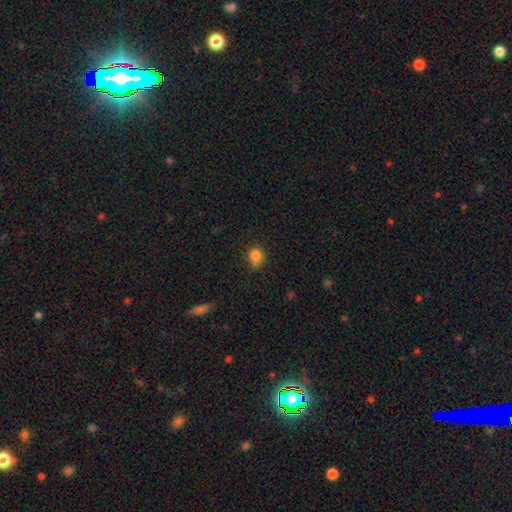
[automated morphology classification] smooth-or-featured: smooth: 82% | star or artifact: 11% | featured or disk: 6%
  how-rounded: round: 81% | in between: 18% | cigar-shaped: 1%
  merging: none: 60% | minor disturbance: 26% | merger: 8% | major disturbance: 6%